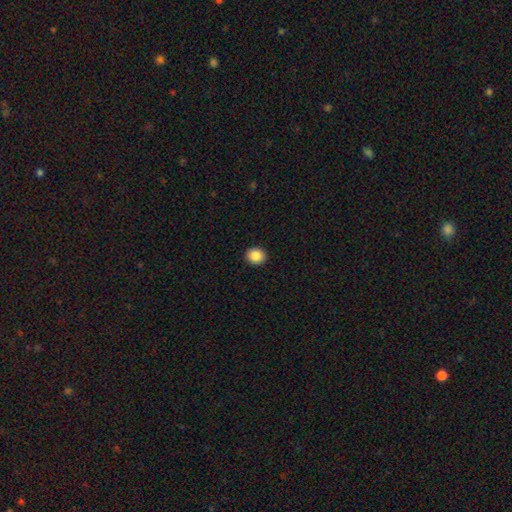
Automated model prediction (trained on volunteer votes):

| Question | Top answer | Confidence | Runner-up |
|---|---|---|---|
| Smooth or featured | smooth | 87% | star or artifact (9%) |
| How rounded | round | 69% | in between (30%) |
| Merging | none | 92% | minor disturbance (6%) |